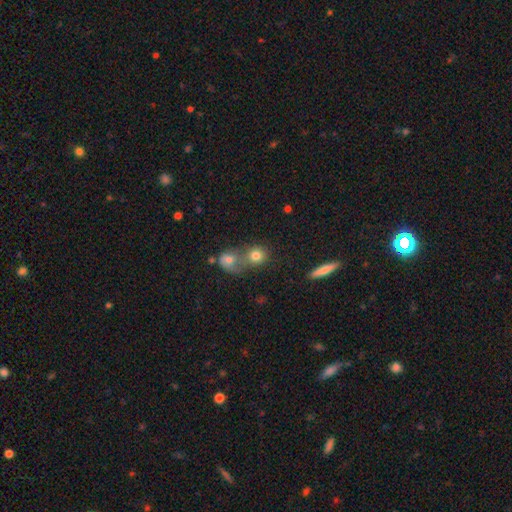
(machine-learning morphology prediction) type=smooth (77%); roundness=round (77%); merging=merger (60%).